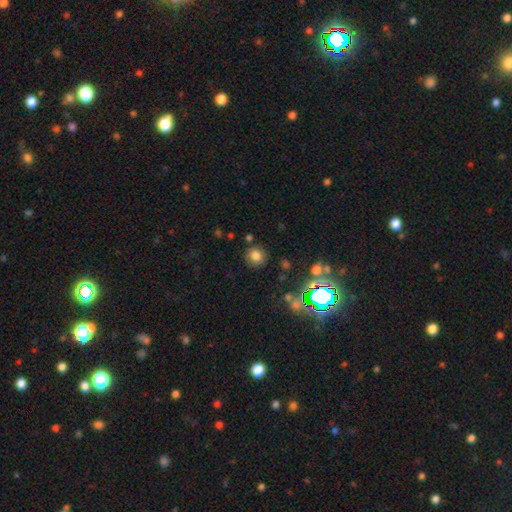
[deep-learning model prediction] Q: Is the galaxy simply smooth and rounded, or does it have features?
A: smooth — 77%.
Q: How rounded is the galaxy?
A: round — 87%.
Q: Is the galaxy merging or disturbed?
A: none — 83%.